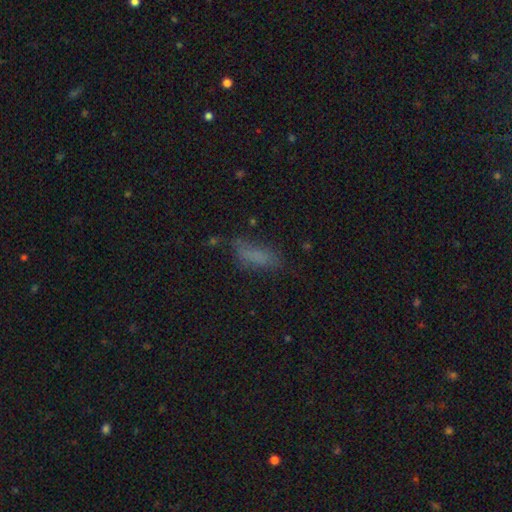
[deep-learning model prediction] smooth-or-featured: smooth: 70% | featured or disk: 15% | star or artifact: 15%
  how-rounded: in between: 50% | cigar-shaped: 48% | round: 3%
  merging: none: 57% | minor disturbance: 25% | major disturbance: 14% | merger: 4%